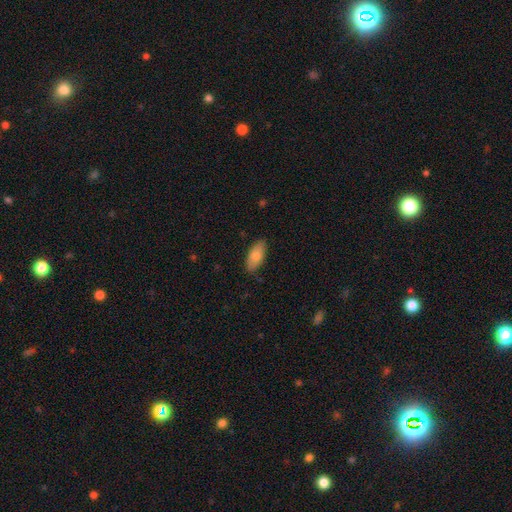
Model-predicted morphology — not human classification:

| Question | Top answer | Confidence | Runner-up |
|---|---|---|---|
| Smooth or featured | smooth | 82% | featured or disk (12%) |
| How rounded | in between | 87% | cigar-shaped (11%) |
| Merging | none | 85% | minor disturbance (12%) |